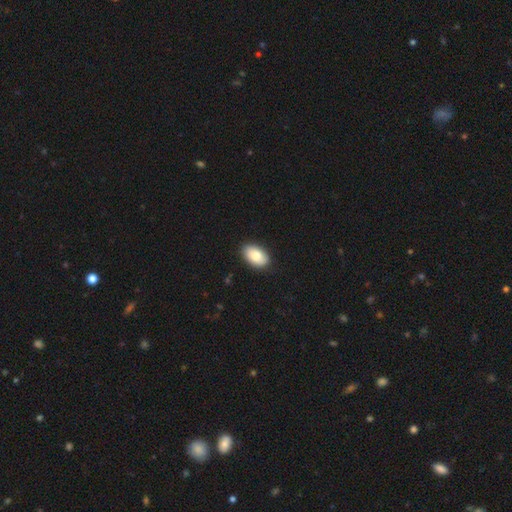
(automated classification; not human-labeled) A smooth galaxy with no disk features (83%) that is in between round and cigar-shaped (92%).

Vote fractions:
- Smooth or featured? smooth: 83% / featured or disk: 11% / star or artifact: 6%
- How rounded? in between: 92% / round: 7% / cigar-shaped: 1%
- Merging? none: 89% / minor disturbance: 9% / major disturbance: 2% / merger: 1%